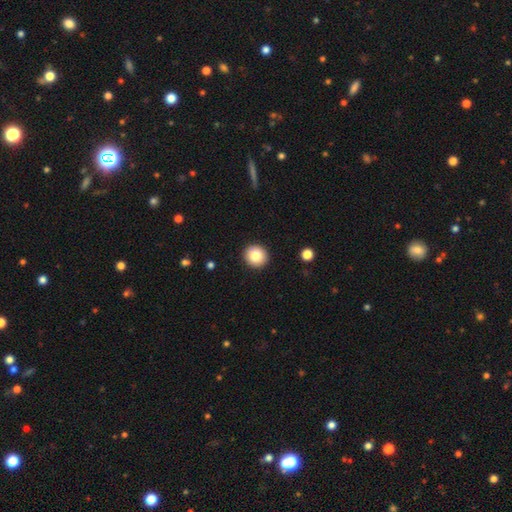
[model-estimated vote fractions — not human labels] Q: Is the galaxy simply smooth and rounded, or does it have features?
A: smooth — 82%.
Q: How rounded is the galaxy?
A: round — 93%.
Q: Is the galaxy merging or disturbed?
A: none — 92%.